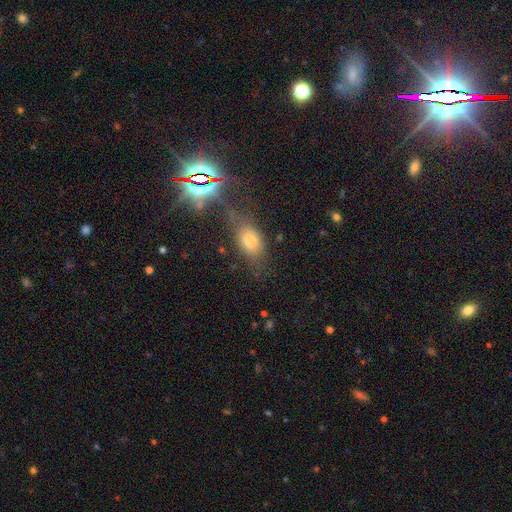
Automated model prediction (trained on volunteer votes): Smooth or featured: smooth — 51% (star or artifact — 33%)
How rounded: in between — 77% (round — 14%)
Merging: none — 68% (minor disturbance — 19%)